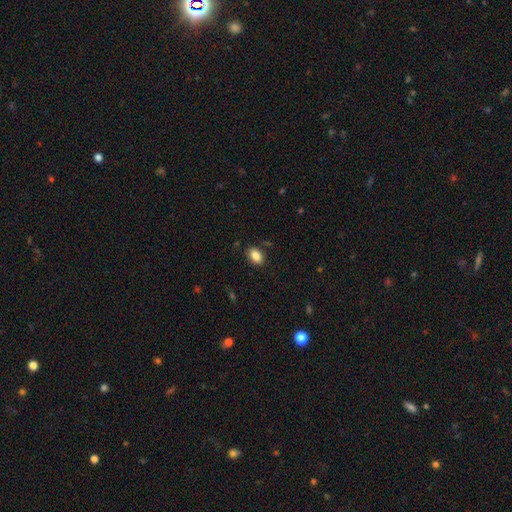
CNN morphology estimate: A smooth galaxy with no disk features (86%) that is in between round and cigar-shaped (87%). Merging: none (85%).